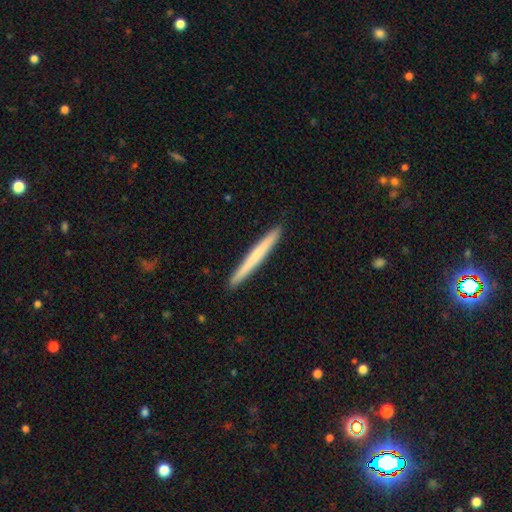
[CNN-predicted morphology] smooth 56%, featured or disk 39%, star or artifact 5%. Down the decision tree: how rounded — cigar-shaped (97%); merging — none (93%).